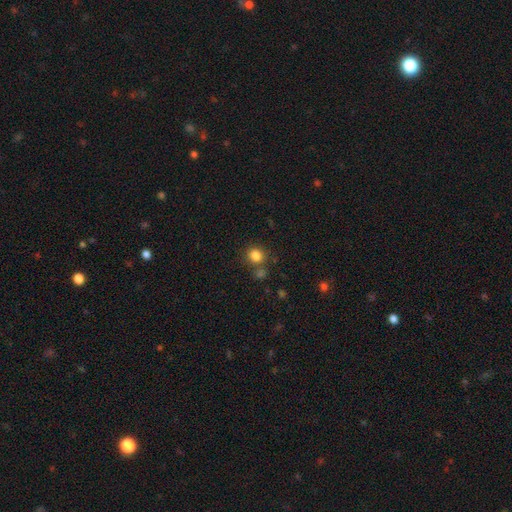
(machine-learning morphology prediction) A smooth galaxy with no disk features (83%) that is round (78%).

Vote fractions:
- Smooth or featured? smooth: 83% / star or artifact: 12% / featured or disk: 5%
- How rounded? round: 78% / in between: 21% / cigar-shaped: 1%
- Merging? none: 72% / merger: 14% / minor disturbance: 11% / major disturbance: 4%